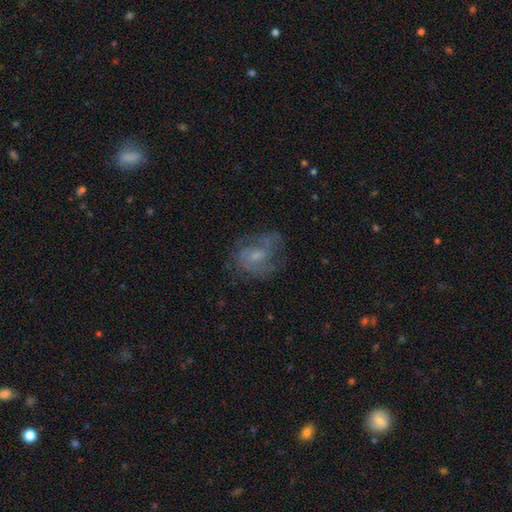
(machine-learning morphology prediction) smooth-or-featured: featured or disk: 60% | smooth: 29% | star or artifact: 11%
  disk-edge-on: no: 97% | yes: 3%
    bar: no: 63% | weak: 32% | strong: 5%
    has-spiral-arms: yes: 71% | no: 29%
    bulge-size: small: 57% | moderate: 29% | none: 11% | large: 2% | dominant: 1%
  merging: none: 56% | minor disturbance: 22% | major disturbance: 19% | merger: 2%